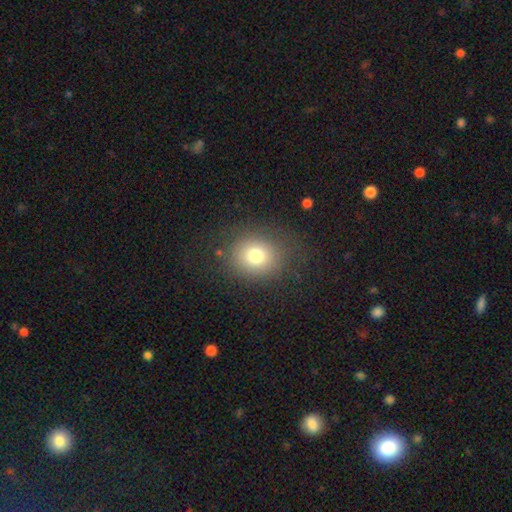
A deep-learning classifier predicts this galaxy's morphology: A smooth galaxy with no disk features (76%) that is round (73%).

Vote fractions:
- Smooth or featured? smooth: 76% / star or artifact: 14% / featured or disk: 10%
- How rounded? round: 73% / in between: 26% / cigar-shaped: 1%
- Merging? none: 80% / minor disturbance: 11% / major disturbance: 7% / merger: 2%